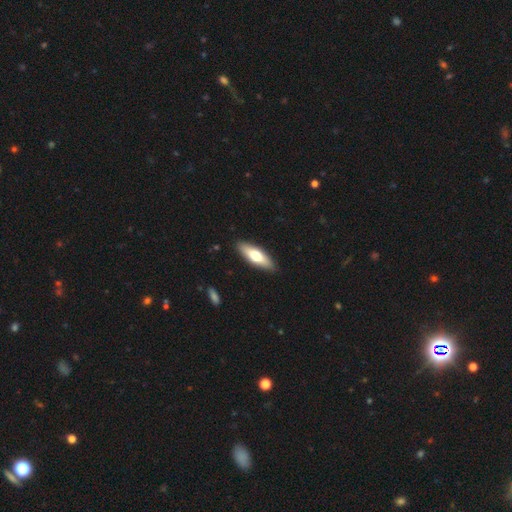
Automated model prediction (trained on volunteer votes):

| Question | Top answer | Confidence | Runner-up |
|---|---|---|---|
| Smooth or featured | smooth | 62% | featured or disk (32%) |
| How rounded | in between | 51% | cigar-shaped (47%) |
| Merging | none | 89% | minor disturbance (8%) |